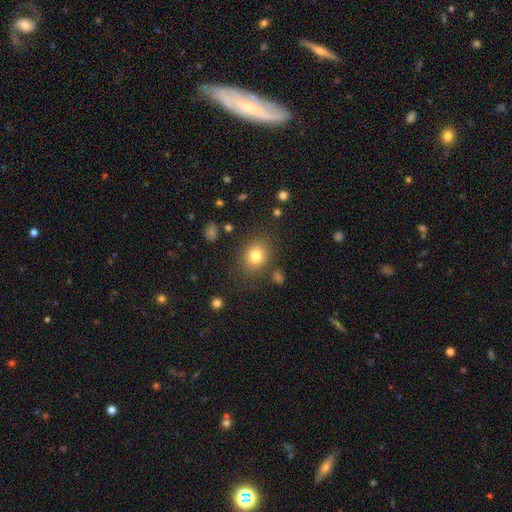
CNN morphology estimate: Q: Smooth or featured?
A: smooth (79%); runner-up: star or artifact (12%)
Q: How rounded?
A: round (59%); runner-up: in between (40%)
Q: Merging?
A: none (82%); runner-up: minor disturbance (11%)